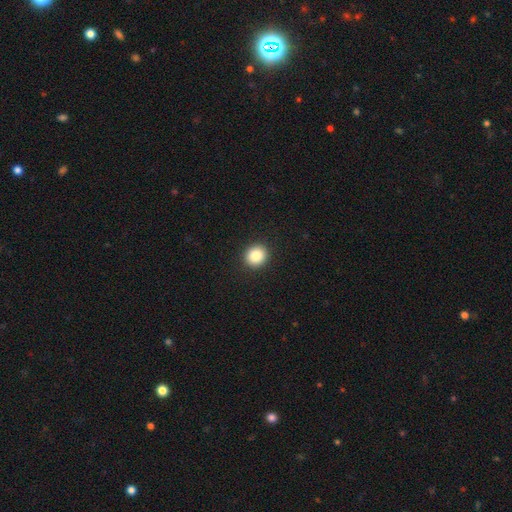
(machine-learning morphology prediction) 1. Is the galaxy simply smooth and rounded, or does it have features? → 85% smooth, 9% star or artifact, 5% featured or disk.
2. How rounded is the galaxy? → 89% round, 11% in between, 1% cigar-shaped.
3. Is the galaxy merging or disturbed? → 93% none, 5% minor disturbance, 2% major disturbance, 1% merger.